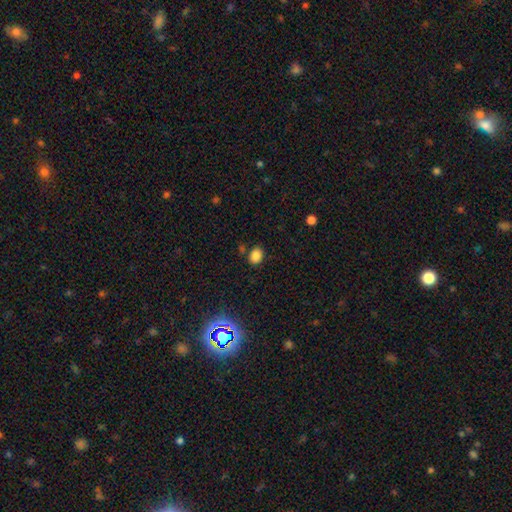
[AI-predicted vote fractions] The model was most divided on "how rounded": in between: 67%, round: 32%, cigar-shaped: 1%. More confident: smooth or featured — smooth (81%); merging — none (78%).